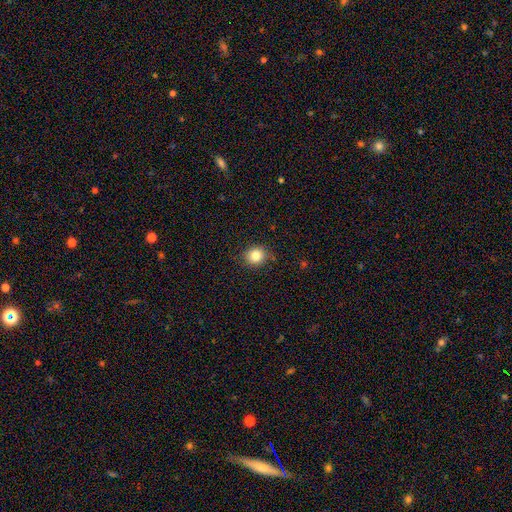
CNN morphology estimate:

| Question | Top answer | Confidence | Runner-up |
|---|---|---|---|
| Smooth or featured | smooth | 84% | star or artifact (11%) |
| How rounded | round | 83% | in between (16%) |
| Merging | none | 87% | minor disturbance (10%) |